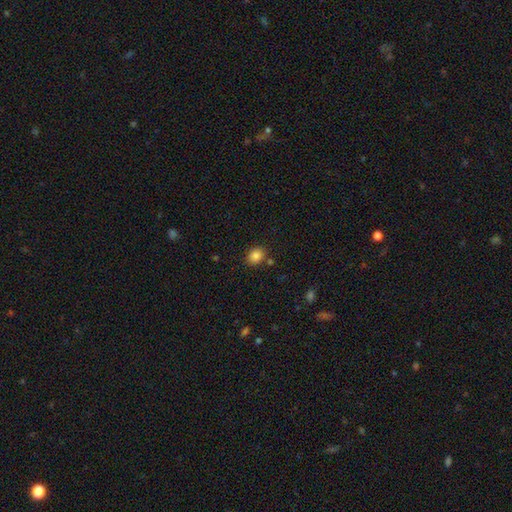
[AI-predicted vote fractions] smooth-or-featured: smooth: 85% | star or artifact: 10% | featured or disk: 5%
  how-rounded: round: 51% | in between: 48% | cigar-shaped: 1%
  merging: none: 82% | minor disturbance: 10% | merger: 6% | major disturbance: 3%